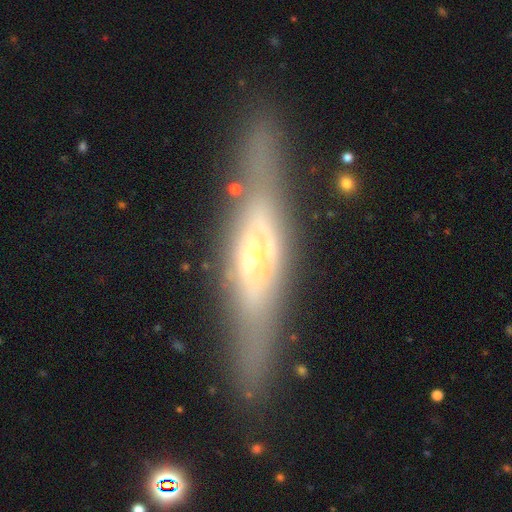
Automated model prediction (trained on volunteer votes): featured or disk 73%, smooth 19%, star or artifact 8%. Down the decision tree: edge-on disk — yes (80%); edge-on bulge — rounded (78%); merging — none (82%).